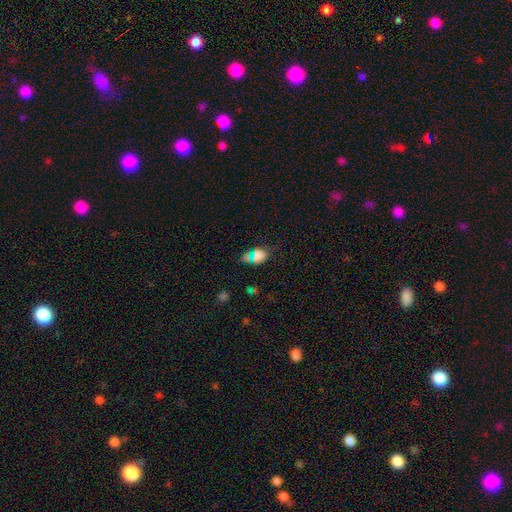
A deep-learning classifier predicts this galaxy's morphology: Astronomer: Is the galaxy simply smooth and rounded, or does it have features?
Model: smooth — 69%.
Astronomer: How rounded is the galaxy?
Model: in between — 64%.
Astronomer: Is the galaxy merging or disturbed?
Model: none — 65%.